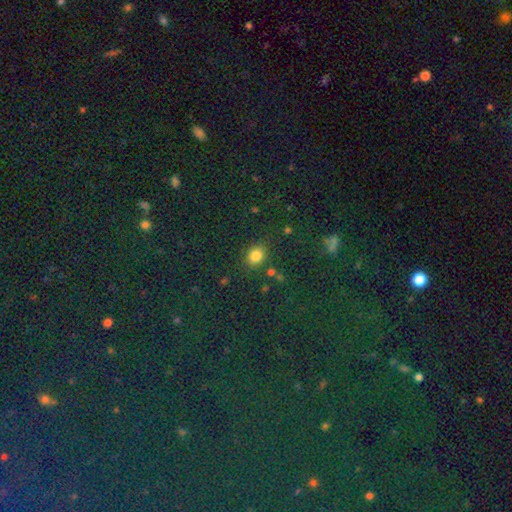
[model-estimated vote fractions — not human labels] The model was most divided on "how rounded": round: 60%, in between: 39%, cigar-shaped: 1%. More confident: merging — none (81%); smooth or featured — smooth (78%).